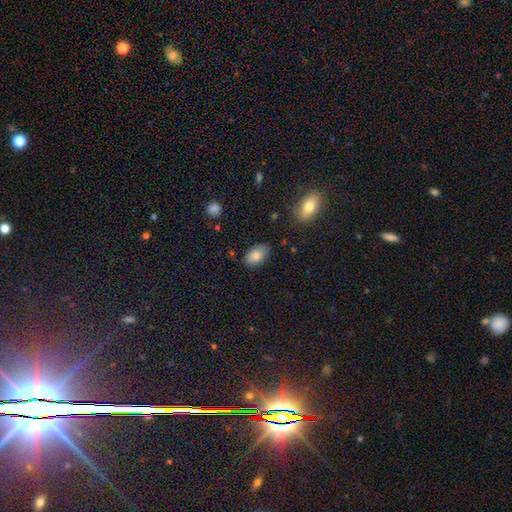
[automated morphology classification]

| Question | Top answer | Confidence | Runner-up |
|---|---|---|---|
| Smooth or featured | smooth | 84% | featured or disk (8%) |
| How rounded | in between | 90% | round (9%) |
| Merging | none | 75% | minor disturbance (20%) |